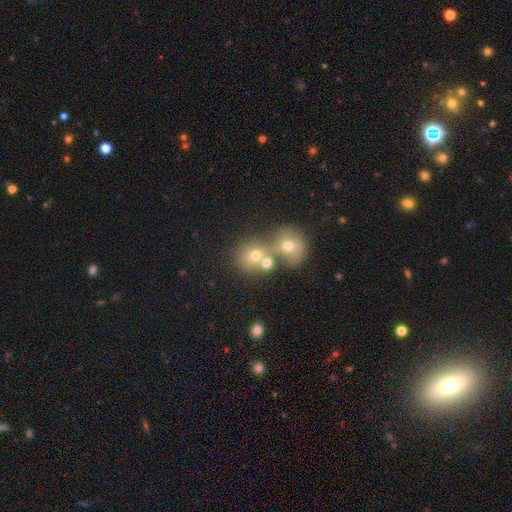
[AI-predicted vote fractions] This is likely a smooth galaxy (63%). How rounded: likely round (75%). Merging: possibly merger (58%).